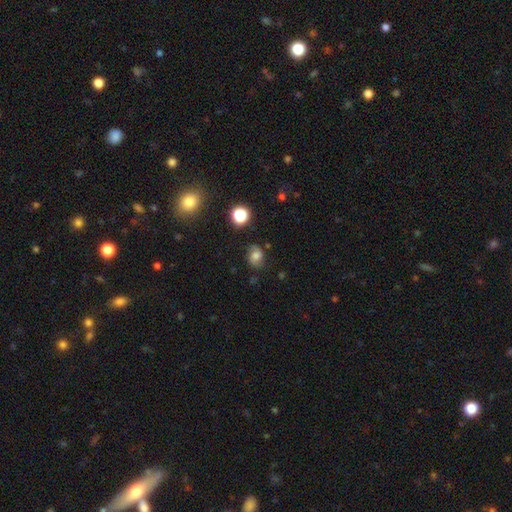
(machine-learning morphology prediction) Smooth or featured?
  - smooth: 58% *
  - featured or disk: 27%
  - star or artifact: 15%
How rounded?
  - round: 51% *
  - in between: 47%
  - cigar-shaped: 1%
Merging?
  - none: 73% *
  - minor disturbance: 19%
  - major disturbance: 6%
  - merger: 2%